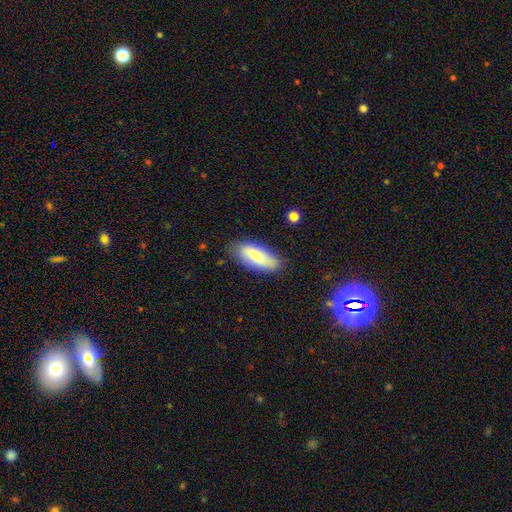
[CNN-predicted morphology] This appears to be a smooth galaxy with no disk features (70%) that is in between round and cigar-shaped (84%). Merging: none (79%).